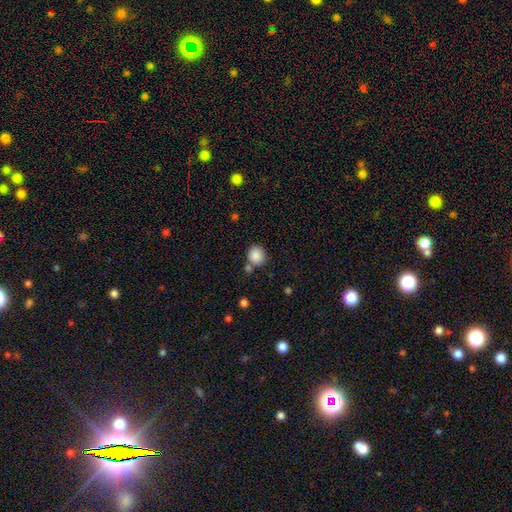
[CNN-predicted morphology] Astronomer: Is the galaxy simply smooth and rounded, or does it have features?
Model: smooth — 87%.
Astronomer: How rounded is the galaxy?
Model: round — 82%.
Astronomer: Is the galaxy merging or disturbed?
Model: none — 69%.